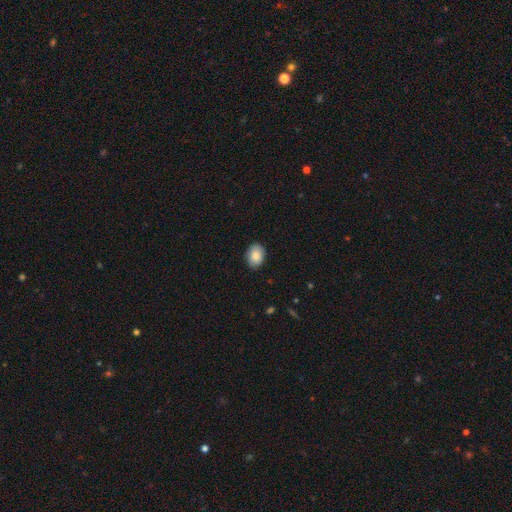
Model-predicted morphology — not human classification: Smooth or featured? Predicted: smooth (p=0.87). How rounded? Predicted: in between (p=0.74). Merging? Predicted: none (p=0.87).